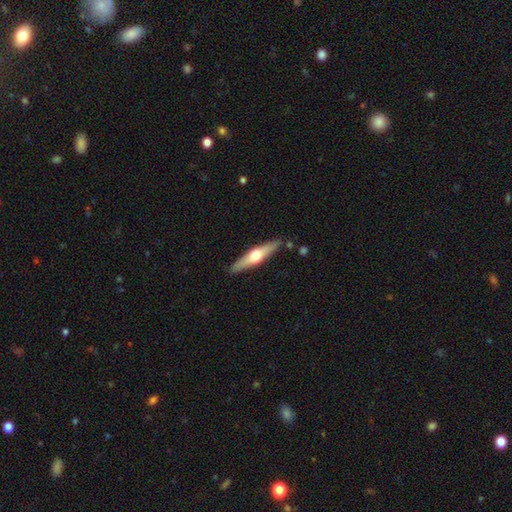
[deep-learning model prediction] This appears to be a featured or disk galaxy (58%) viewed edge-on (94%) with a rounded central bulge (94%). Merging: none (87%).